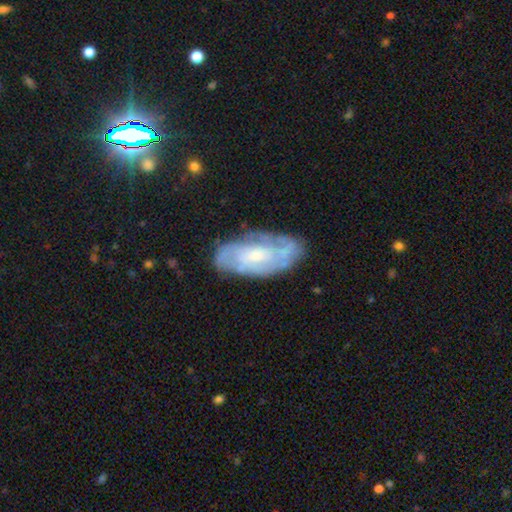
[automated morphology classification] smooth-or-featured: featured or disk: 72% | smooth: 22% | star or artifact: 7%
  disk-edge-on: no: 92% | yes: 8%
    bar: no: 62% | weak: 32% | strong: 7%
    has-spiral-arms: yes: 83% | no: 17%
      spiral-winding: tight: 56% | medium: 33% | loose: 11%
      spiral-arm-count: can't tell: 49% | 2: 23% | 3: 13% | 4: 7% | 1: 4% | more than 4: 4%
    bulge-size: small: 56% | moderate: 34% | none: 5% | large: 3% | dominant: 1%
  merging: none: 70% | minor disturbance: 21% | major disturbance: 7% | merger: 2%